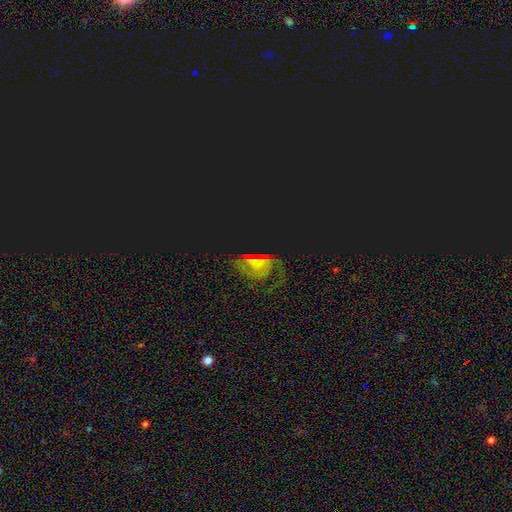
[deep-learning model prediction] The model was most divided on "smooth or featured": star or artifact: 44%, featured or disk: 31%, smooth: 25%.